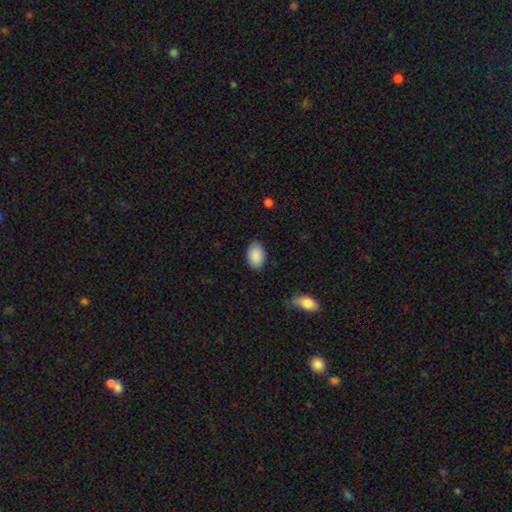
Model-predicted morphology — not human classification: smooth-or-featured: smooth: 90% | star or artifact: 6% | featured or disk: 4%
  how-rounded: in between: 88% | round: 11% | cigar-shaped: 1%
  merging: none: 85% | minor disturbance: 11% | major disturbance: 3% | merger: 1%